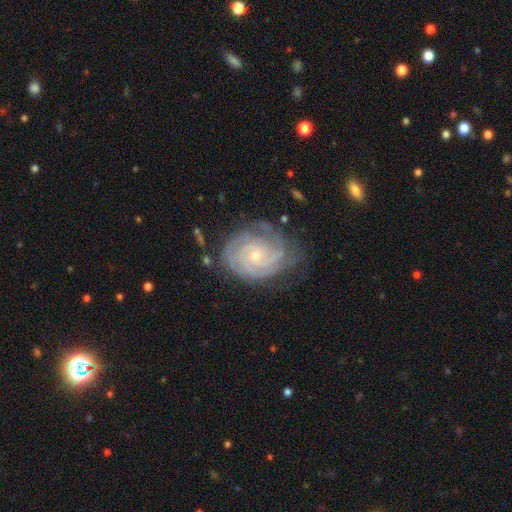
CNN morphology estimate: A featured or disk galaxy (88%) with no bar (75%), 3 (25%) tight (79%) spiral arms (98%) and a small central bulge (78%). Merging: none (72%).